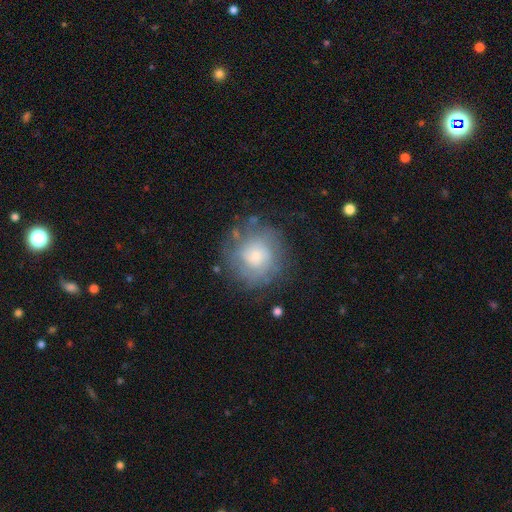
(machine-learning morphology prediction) A featured or disk galaxy (48%).

Vote fractions:
- Smooth or featured? featured or disk: 48% / smooth: 42% / star or artifact: 10%
- Merging? none: 73% / minor disturbance: 16% / major disturbance: 9% / merger: 2%